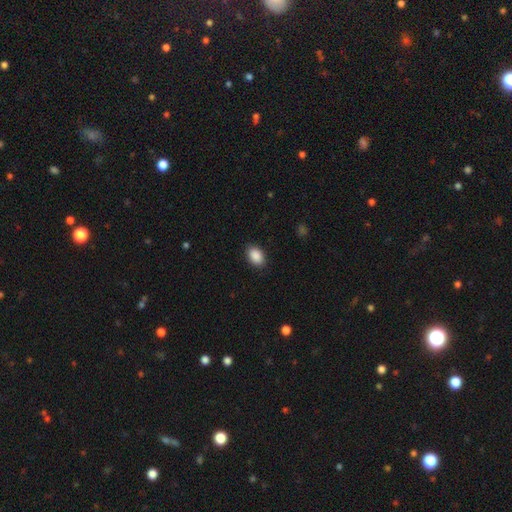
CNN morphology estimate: Smooth or featured: smooth — 90% (star or artifact — 7%)
How rounded: in between — 85% (round — 14%)
Merging: none — 87% (minor disturbance — 9%)